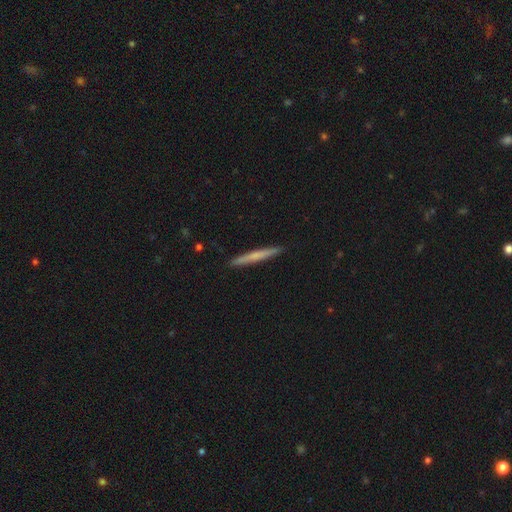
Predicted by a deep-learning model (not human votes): smooth-or-featured: smooth: 56% | featured or disk: 38% | star or artifact: 5%
  how-rounded: cigar-shaped: 97% | in between: 2% | round: 1%
  merging: none: 92% | minor disturbance: 5% | major disturbance: 1% | merger: 1%